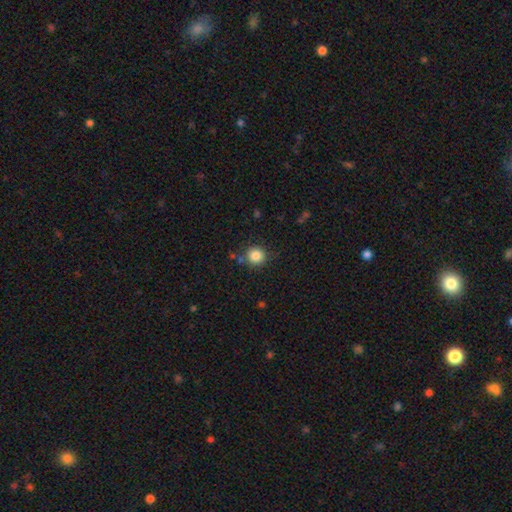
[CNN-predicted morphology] A smooth galaxy with no disk features (84%) that is round (92%). Merging: none (83%).